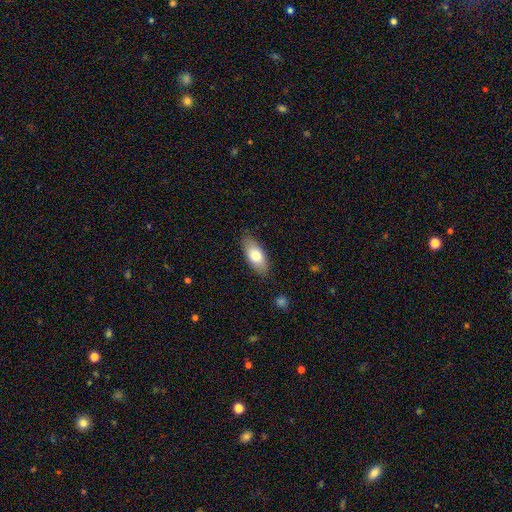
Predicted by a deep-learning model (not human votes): This is likely a smooth galaxy (75%). How rounded: clearly in between (84%). Merging: clearly none (84%).